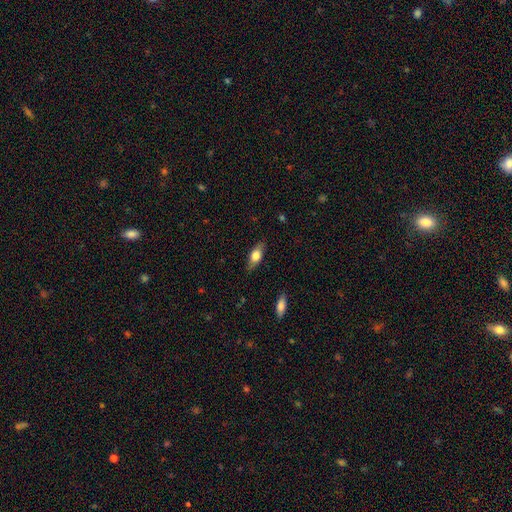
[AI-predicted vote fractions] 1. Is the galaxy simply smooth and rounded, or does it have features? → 65% smooth, 28% featured or disk, 7% star or artifact.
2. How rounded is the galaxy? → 76% in between, 20% cigar-shaped, 4% round.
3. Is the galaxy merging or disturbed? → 83% none, 13% minor disturbance, 3% major disturbance, 1% merger.